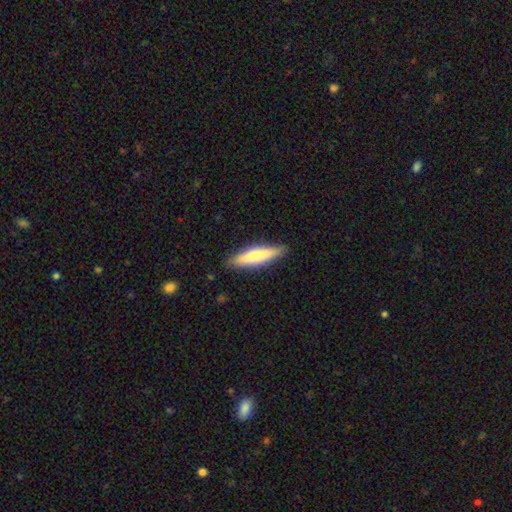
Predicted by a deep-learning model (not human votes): Smooth or featured? smooth (70%)
How rounded? cigar-shaped (77%)
Merging? none (88%)